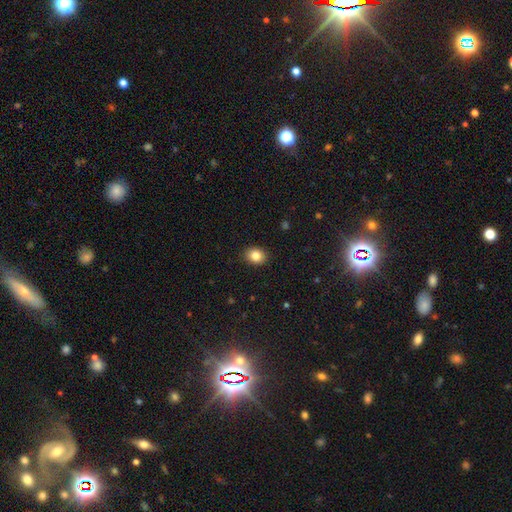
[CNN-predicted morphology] smooth 85%, star or artifact 9%, featured or disk 6%. Down the decision tree: how rounded — in between (51%); merging — none (91%).